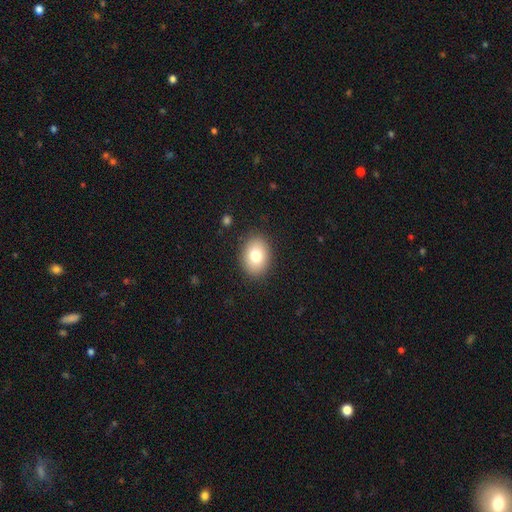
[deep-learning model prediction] A smooth galaxy with no disk features (79%) that is in between round and cigar-shaped (68%). Merging: none (88%).